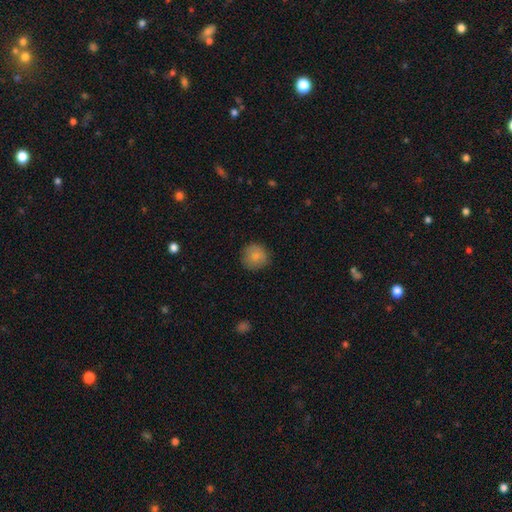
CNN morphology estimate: Q: Smooth or featured?
A: smooth (83%); runner-up: featured or disk (9%)
Q: How rounded?
A: round (92%); runner-up: in between (7%)
Q: Merging?
A: none (84%); runner-up: minor disturbance (13%)